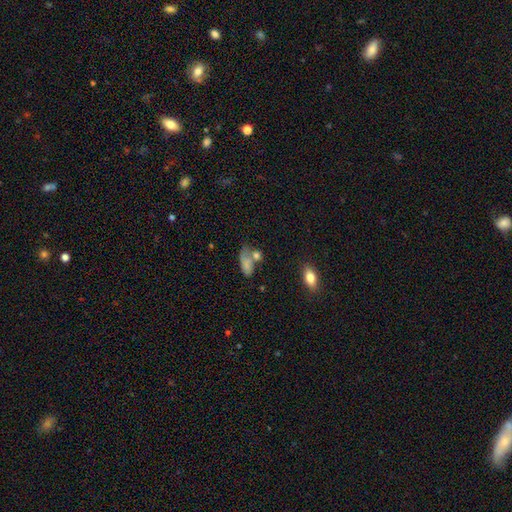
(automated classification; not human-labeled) Smooth or featured: smooth — 55% (featured or disk — 25%)
How rounded: in between — 76% (cigar-shaped — 12%)
Merging: none — 43% (merger — 23%)